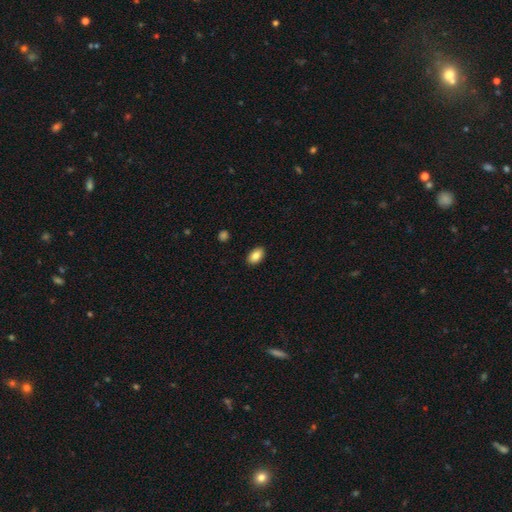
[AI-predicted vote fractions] The model was most divided on "smooth or featured": smooth: 86%, star or artifact: 7%, featured or disk: 7%. More confident: how rounded — in between (92%); merging — none (89%).